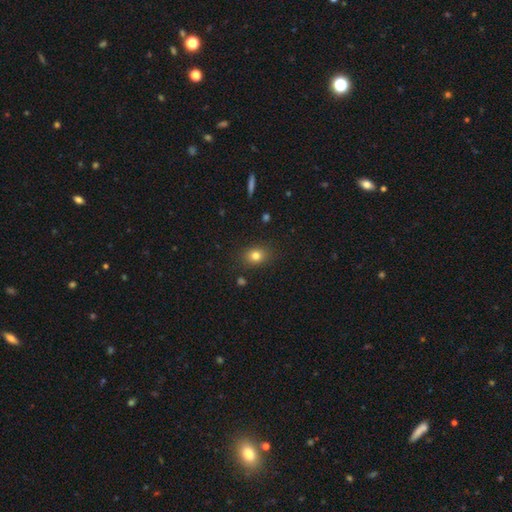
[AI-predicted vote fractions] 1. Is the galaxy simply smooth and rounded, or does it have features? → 79% smooth, 12% star or artifact, 8% featured or disk.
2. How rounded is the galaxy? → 51% in between, 47% round, 1% cigar-shaped.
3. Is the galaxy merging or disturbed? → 86% none, 10% minor disturbance, 3% major disturbance, 2% merger.